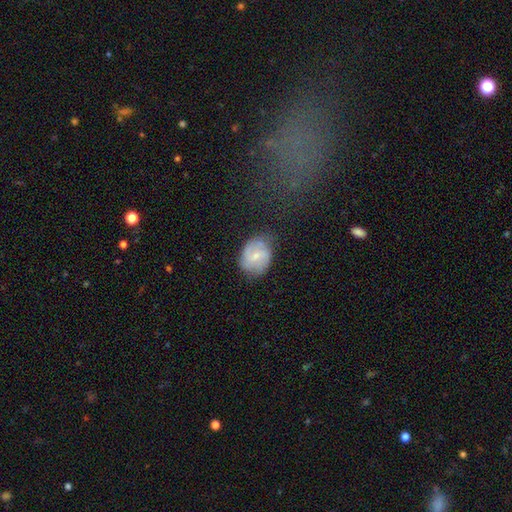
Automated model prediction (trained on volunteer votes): Smooth or featured? featured or disk (54%)
Edge-on disk? no (97%)
Bar? weak (51%)
Spiral arms? yes (82%)
Bulge size? small (61%)
Merging? none (65%)